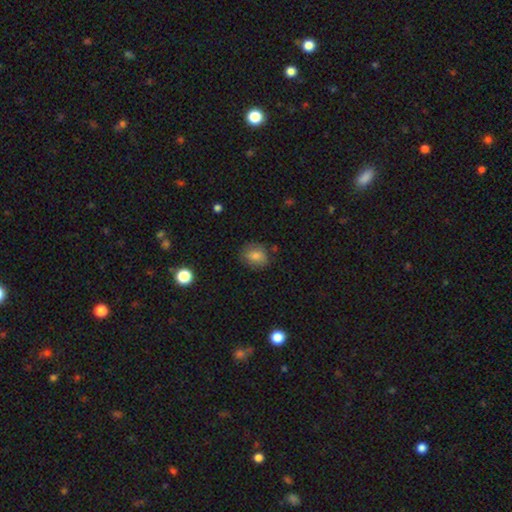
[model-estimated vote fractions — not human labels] Morphology: type=smooth (78%); roundness=round (51%); merging=none (77%).